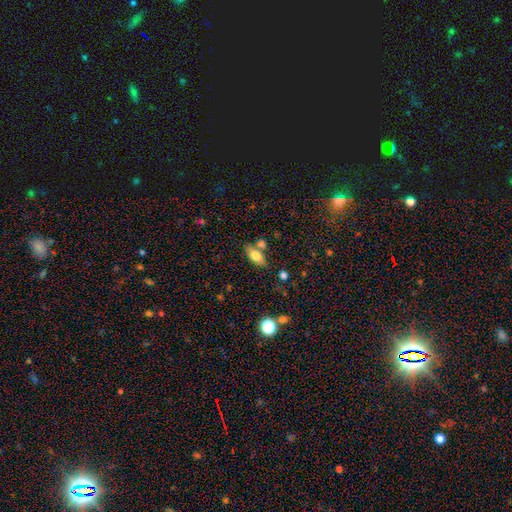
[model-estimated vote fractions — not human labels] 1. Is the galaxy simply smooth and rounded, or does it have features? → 77% smooth, 14% featured or disk, 9% star or artifact.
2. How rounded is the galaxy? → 86% in between, 9% cigar-shaped, 5% round.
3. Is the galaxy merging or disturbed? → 65% none, 17% merger, 13% minor disturbance, 4% major disturbance.